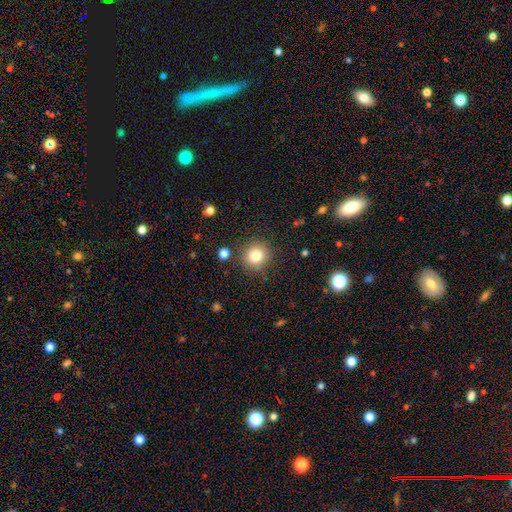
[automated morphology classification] This appears to be a smooth galaxy with no disk features (81%) that is round (92%). Merging: none (87%).